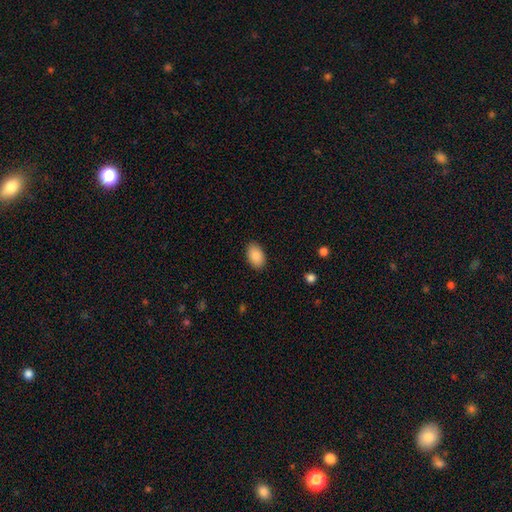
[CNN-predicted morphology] Overall: smooth (89%). How rounded: in between (92%). Merging: none (88%).